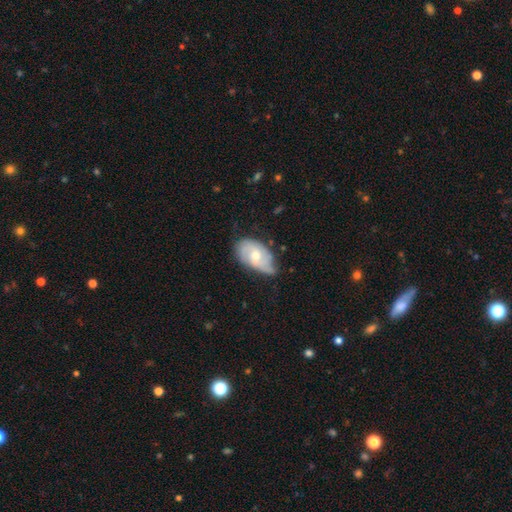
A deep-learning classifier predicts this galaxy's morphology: The model was most divided on "spiral winding": tight: 41%, medium: 40%, loose: 19%. Remaining: edge-on disk — no (95%); spiral arms — yes (86%); bar — no (66%); bulge size — moderate (63%); smooth or featured — featured or disk (62%); merging — none (54%); spiral arm count — 2 (47%).